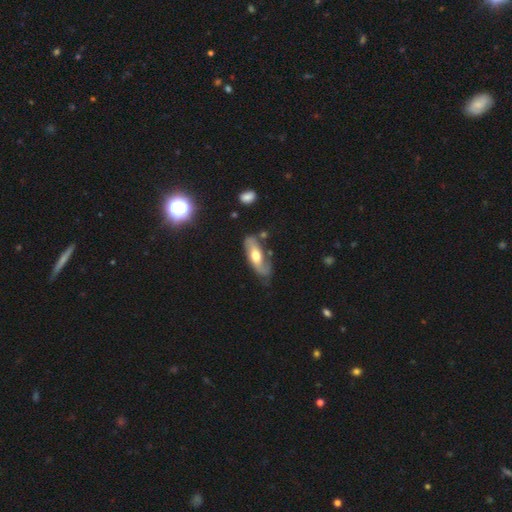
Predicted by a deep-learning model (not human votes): smooth-or-featured: featured or disk: 57% | smooth: 37% | star or artifact: 6%
  disk-edge-on: no: 75% | yes: 25%
  merging: none: 58% | minor disturbance: 27% | major disturbance: 11% | merger: 5%